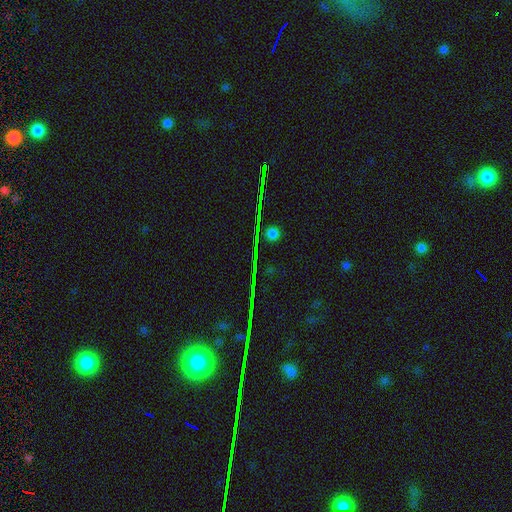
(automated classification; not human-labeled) This is likely a star or artifact rather than a galaxy (80%).